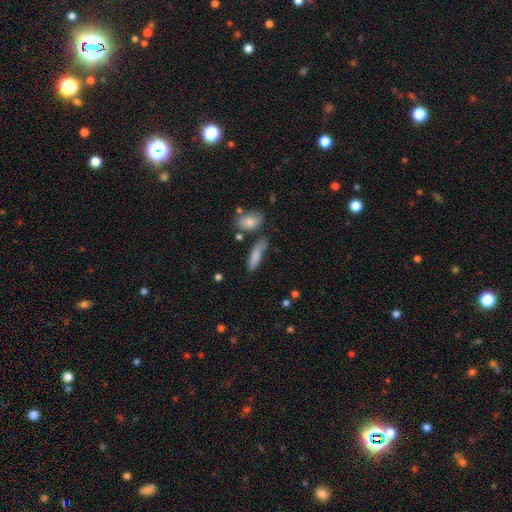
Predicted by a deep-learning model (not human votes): Smooth or featured? smooth (80%)
How rounded? cigar-shaped (56%)
Merging? none (57%)